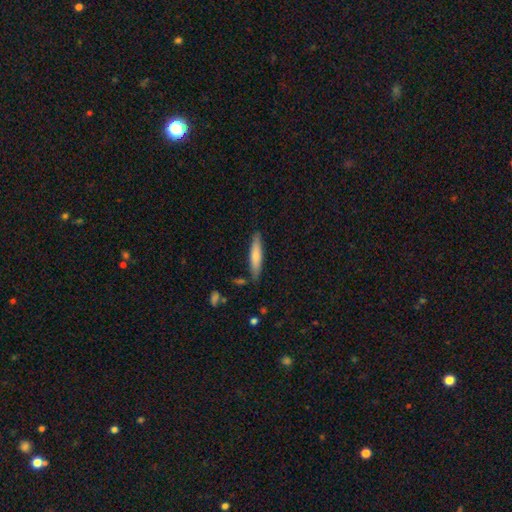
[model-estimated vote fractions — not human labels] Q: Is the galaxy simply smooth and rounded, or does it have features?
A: smooth — 74%.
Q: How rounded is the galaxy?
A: cigar-shaped — 85%.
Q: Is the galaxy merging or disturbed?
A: none — 83%.